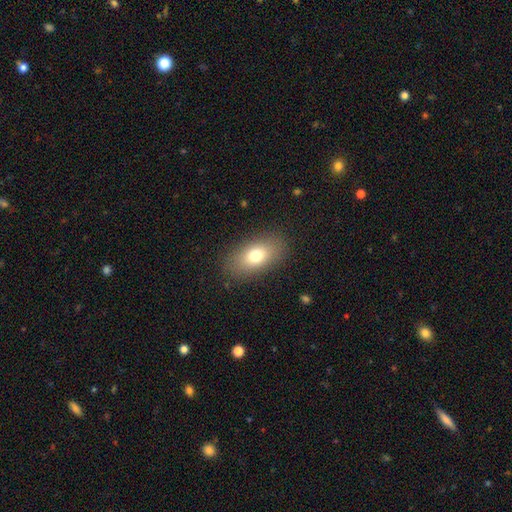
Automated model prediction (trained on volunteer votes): smooth-or-featured: smooth: 76% | featured or disk: 15% | star or artifact: 9%
  how-rounded: in between: 89% | round: 7% | cigar-shaped: 4%
  merging: none: 86% | minor disturbance: 9% | major disturbance: 4% | merger: 1%